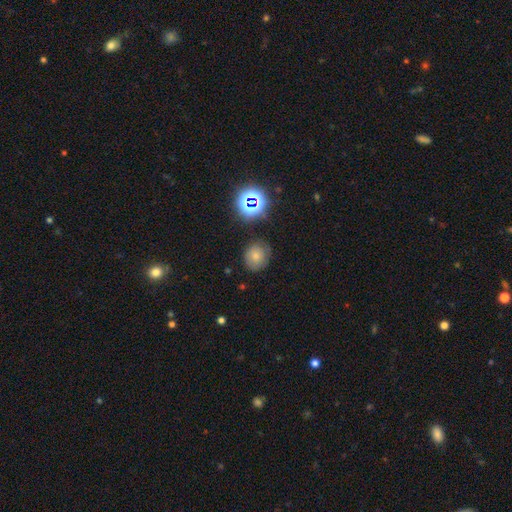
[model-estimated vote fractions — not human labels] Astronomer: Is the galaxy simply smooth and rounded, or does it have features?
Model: smooth — 68%.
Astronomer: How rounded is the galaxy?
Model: round — 75%.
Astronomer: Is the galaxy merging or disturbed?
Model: none — 77%.